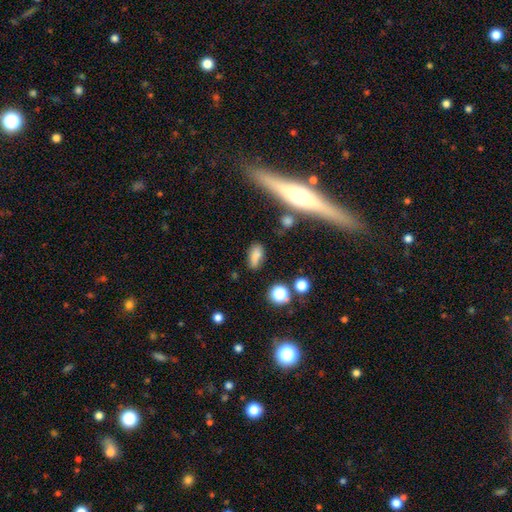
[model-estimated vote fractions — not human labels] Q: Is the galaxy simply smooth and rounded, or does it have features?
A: smooth — 77%.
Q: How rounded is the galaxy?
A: in between — 80%.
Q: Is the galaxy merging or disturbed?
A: none — 68%.